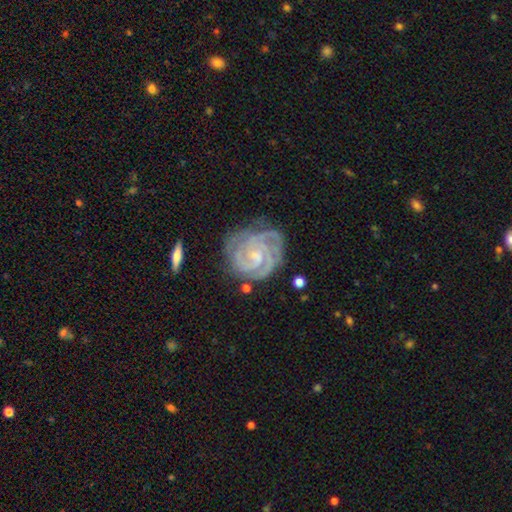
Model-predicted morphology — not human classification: Smooth or featured?
  - featured or disk: 90% *
  - star or artifact: 5%
  - smooth: 5%
Edge-on disk?
  - no: 98% *
  - yes: 2%
Bar?
  - no: 55% *
  - weak: 35%
  - strong: 10%
Spiral arms?
  - yes: 98% *
  - no: 2%
Spiral winding?
  - tight: 77% *
  - medium: 21%
  - loose: 3%
Spiral arm count?
  - 3: 36% *
  - 2: 25%
  - 4: 14%
  - can't tell: 14%
  - more than 4: 5%
  - 1: 5%
Bulge size?
  - small: 62% *
  - moderate: 26%
  - none: 10%
  - large: 2%
  - dominant: 1%
Merging?
  - none: 71% *
  - minor disturbance: 20%
  - major disturbance: 7%
  - merger: 2%